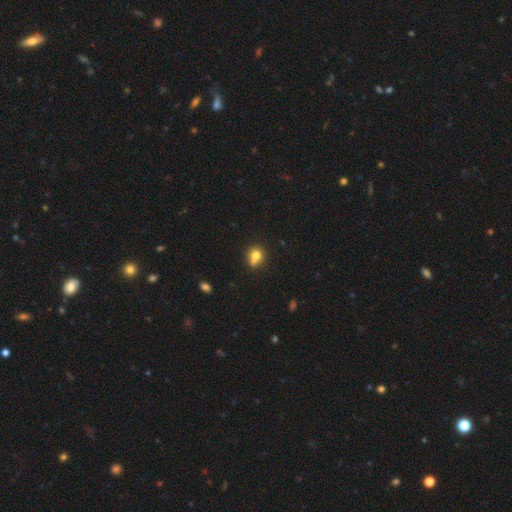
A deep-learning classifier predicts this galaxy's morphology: Smooth or featured?
  - smooth: 74% *
  - featured or disk: 15%
  - star or artifact: 12%
How rounded?
  - round: 71% *
  - in between: 27%
  - cigar-shaped: 1%
Merging?
  - none: 47% *
  - merger: 30%
  - minor disturbance: 17%
  - major disturbance: 6%